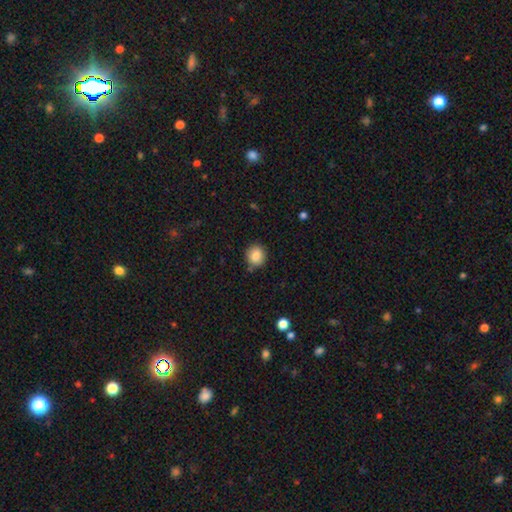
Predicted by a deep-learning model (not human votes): This appears to be a smooth galaxy with no disk features (85%) that is round (81%). Merging: none (83%).